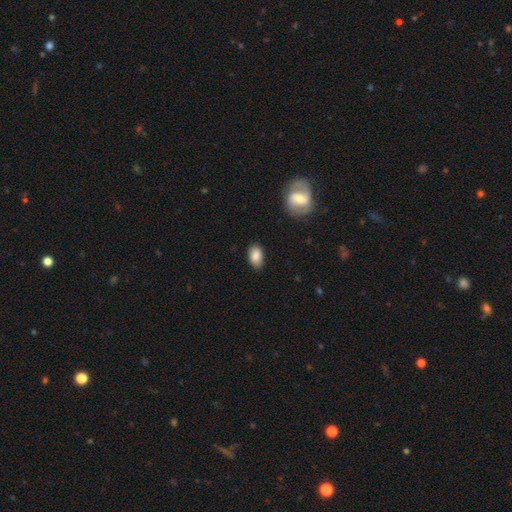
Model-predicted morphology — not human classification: This appears to be a smooth galaxy with no disk features (85%) that is in between round and cigar-shaped (92%). Merging: none (81%).